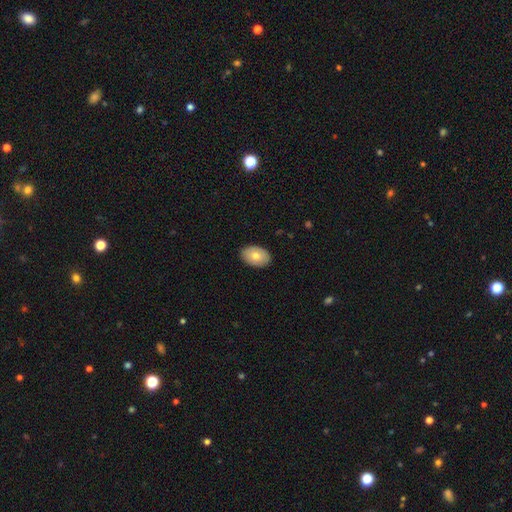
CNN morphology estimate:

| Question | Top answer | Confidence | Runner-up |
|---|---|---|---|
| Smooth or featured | smooth | 77% | featured or disk (16%) |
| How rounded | in between | 88% | round (11%) |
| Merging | none | 88% | minor disturbance (9%) |